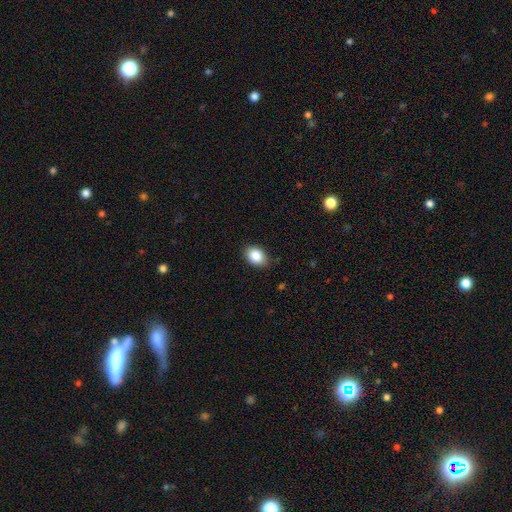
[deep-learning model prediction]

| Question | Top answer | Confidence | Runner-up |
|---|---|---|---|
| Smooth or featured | smooth | 87% | star or artifact (8%) |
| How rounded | in between | 79% | round (20%) |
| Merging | none | 80% | minor disturbance (16%) |